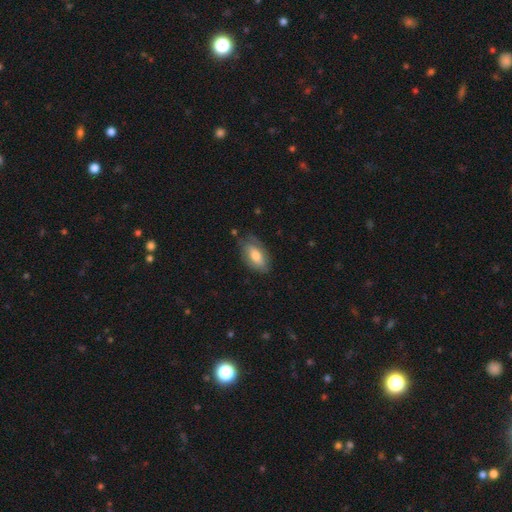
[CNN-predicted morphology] Smooth or featured?
  - smooth: 69% *
  - featured or disk: 25%
  - star or artifact: 6%
How rounded?
  - in between: 90% *
  - cigar-shaped: 7%
  - round: 4%
Merging?
  - none: 68% *
  - minor disturbance: 24%
  - major disturbance: 6%
  - merger: 2%